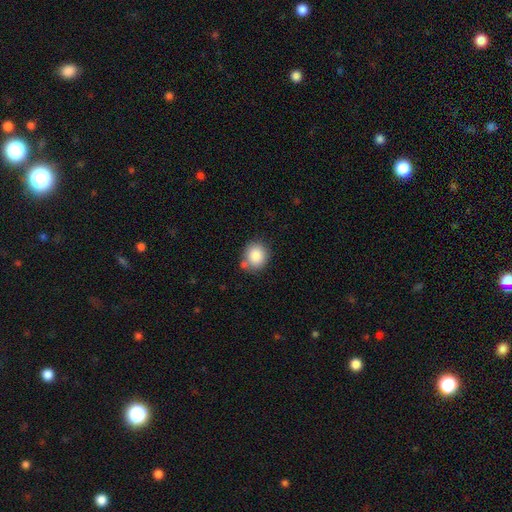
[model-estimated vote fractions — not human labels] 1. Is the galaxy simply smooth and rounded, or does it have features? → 85% smooth, 9% star or artifact, 6% featured or disk.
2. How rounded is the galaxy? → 79% round, 20% in between, 1% cigar-shaped.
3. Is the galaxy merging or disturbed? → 73% none, 14% minor disturbance, 10% merger, 3% major disturbance.